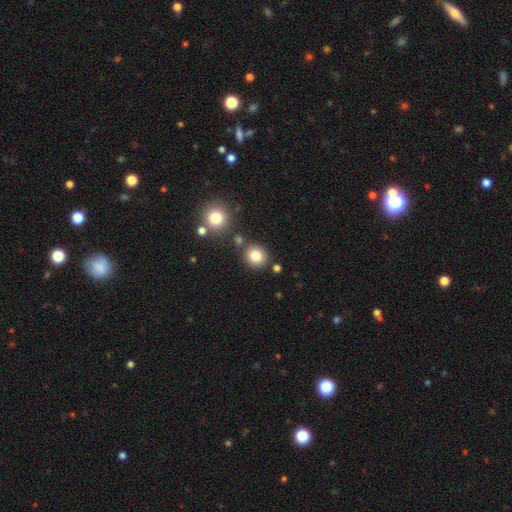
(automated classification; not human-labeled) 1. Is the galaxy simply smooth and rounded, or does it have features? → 82% smooth, 11% star or artifact, 7% featured or disk.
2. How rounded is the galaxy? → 89% round, 10% in between, 1% cigar-shaped.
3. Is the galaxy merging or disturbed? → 82% none, 8% minor disturbance, 7% merger, 3% major disturbance.